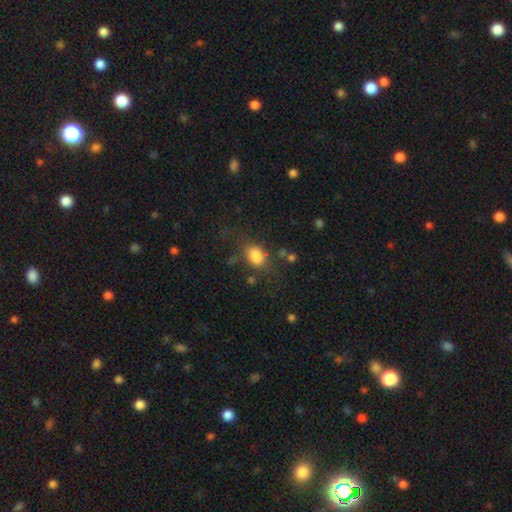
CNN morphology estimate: The model was most divided on "merging": none: 58%, minor disturbance: 21%, major disturbance: 15%, merger: 6%. More confident: smooth or featured — smooth (80%); how rounded — in between (73%).